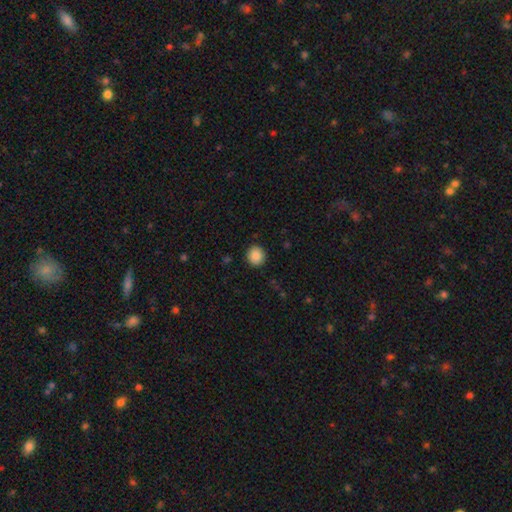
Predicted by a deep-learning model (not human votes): smooth_or_featured: smooth (p=0.88) [alt: star or artifact p=0.09]
how_rounded: round (p=0.92) [alt: in between p=0.07]
merging: none (p=0.92) [alt: minor disturbance p=0.05]